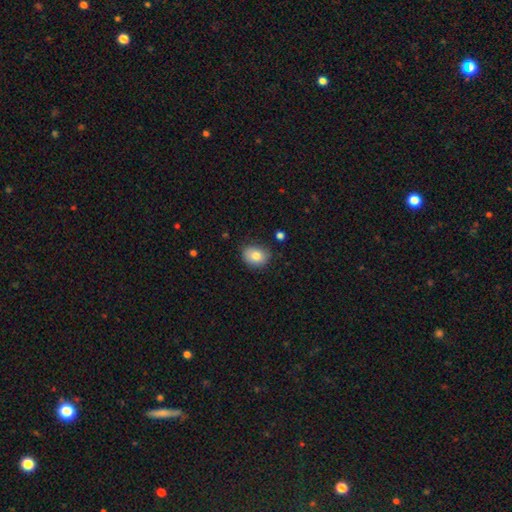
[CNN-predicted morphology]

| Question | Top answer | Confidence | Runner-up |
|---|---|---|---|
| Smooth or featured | smooth | 81% | featured or disk (11%) |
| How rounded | in between | 51% | round (48%) |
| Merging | none | 78% | minor disturbance (18%) |